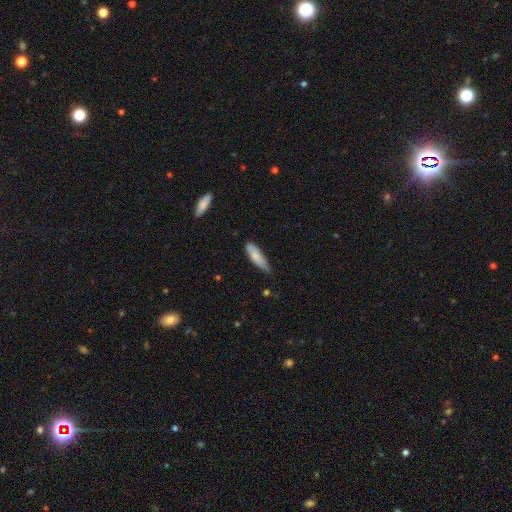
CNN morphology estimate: A smooth galaxy with no disk features (80%) that is cigar-shaped (55%).

Vote fractions:
- Smooth or featured? smooth: 80% / featured or disk: 14% / star or artifact: 6%
- How rounded? cigar-shaped: 55% / in between: 44% / round: 2%
- Merging? none: 49% / minor disturbance: 42% / major disturbance: 7% / merger: 2%